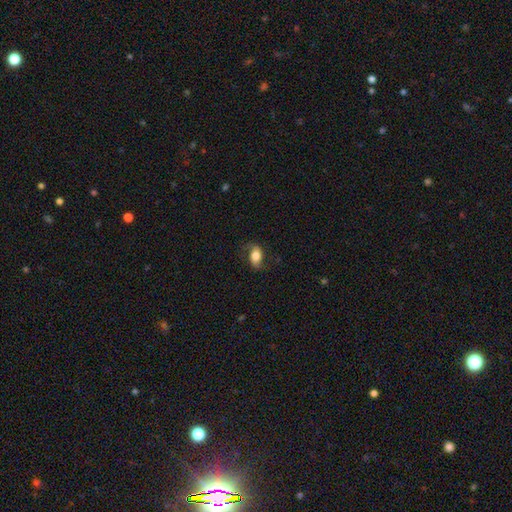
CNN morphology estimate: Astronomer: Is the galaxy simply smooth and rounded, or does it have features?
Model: smooth — 61%.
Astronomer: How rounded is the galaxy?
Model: in between — 86%.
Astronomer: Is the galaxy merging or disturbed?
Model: none — 67%.